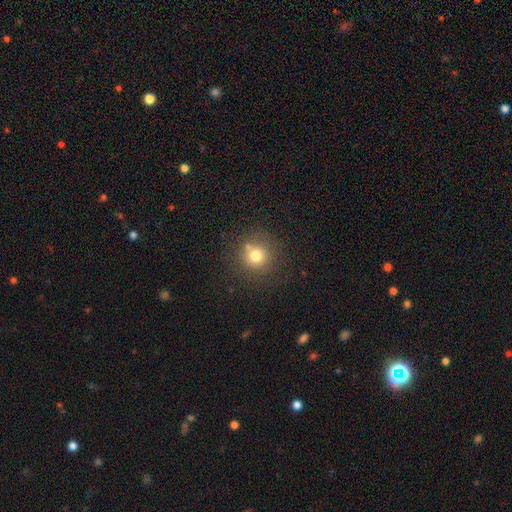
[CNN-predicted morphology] Smooth or featured? smooth (75%)
How rounded? round (93%)
Merging? none (73%)